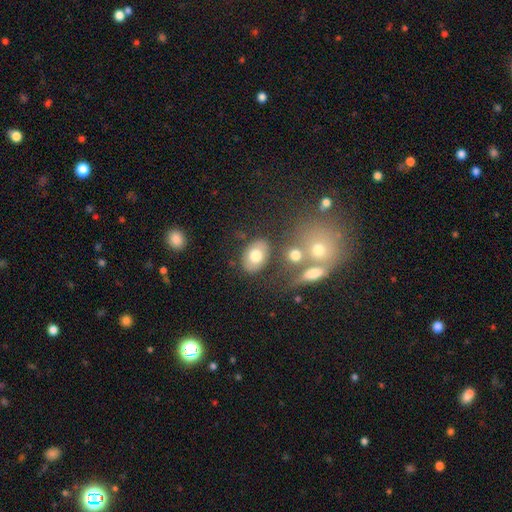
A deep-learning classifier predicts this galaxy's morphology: smooth 72%, featured or disk 20%, star or artifact 9%. Down the decision tree: how rounded — in between (79%); merging — none (75%).